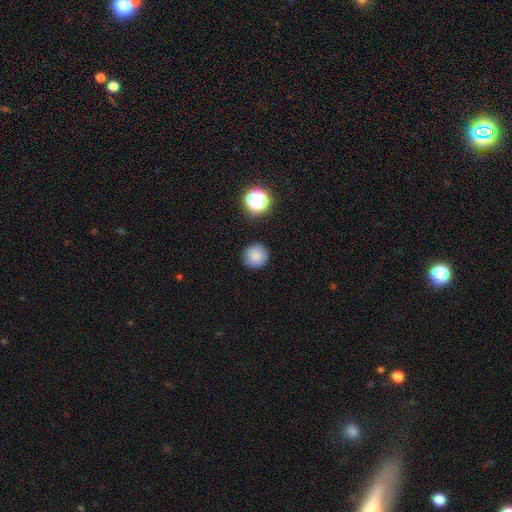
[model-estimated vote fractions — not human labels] Smooth or featured? smooth (83%)
How rounded? round (95%)
Merging? none (89%)